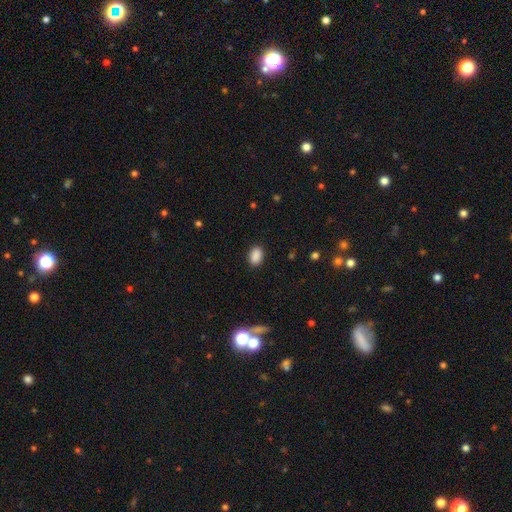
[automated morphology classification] A smooth galaxy with no disk features (89%) that is in between round and cigar-shaped (83%).

Vote fractions:
- Smooth or featured? smooth: 89% / star or artifact: 8% / featured or disk: 3%
- How rounded? in between: 83% / round: 16% / cigar-shaped: 1%
- Merging? none: 88% / minor disturbance: 9% / major disturbance: 2% / merger: 1%